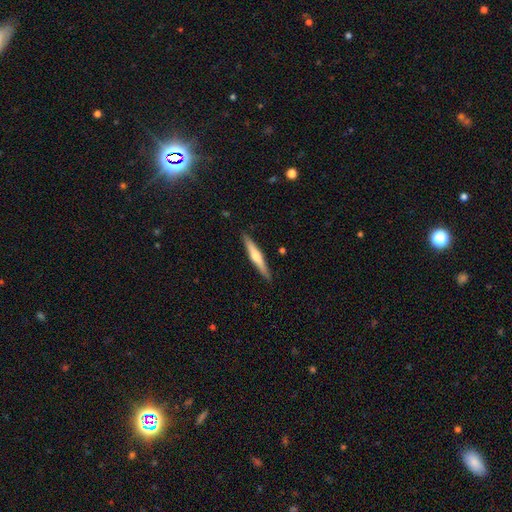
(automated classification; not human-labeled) Morphology: type=featured or disk (56%); edge-on=yes (97%); edge-on bulge=rounded (81%); merging=none (91%).